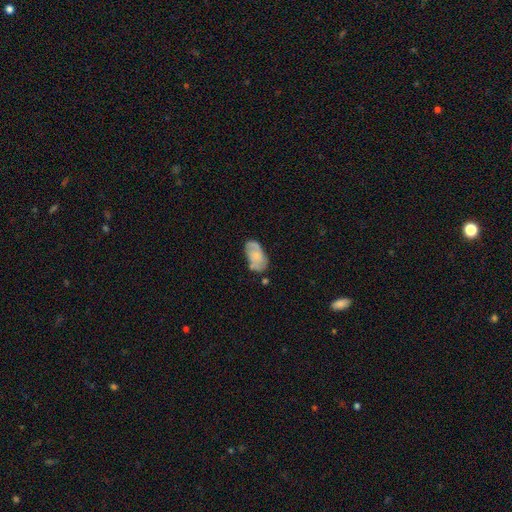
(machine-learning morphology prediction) Smooth or featured: smooth — 50% (featured or disk — 43%)
Merging: none — 58% (minor disturbance — 26%)